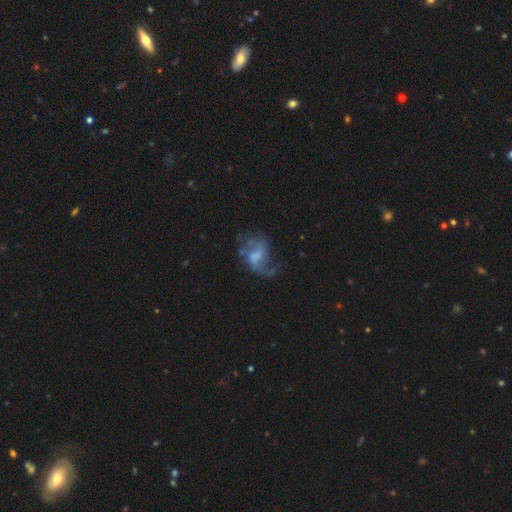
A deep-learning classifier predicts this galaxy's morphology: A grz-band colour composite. It shows a featured or disk galaxy (75%) with a weak bar (48%), 2 (65%) loose (61%) spiral arms (86%) and no central bulge (37%). Merging: none (43%).